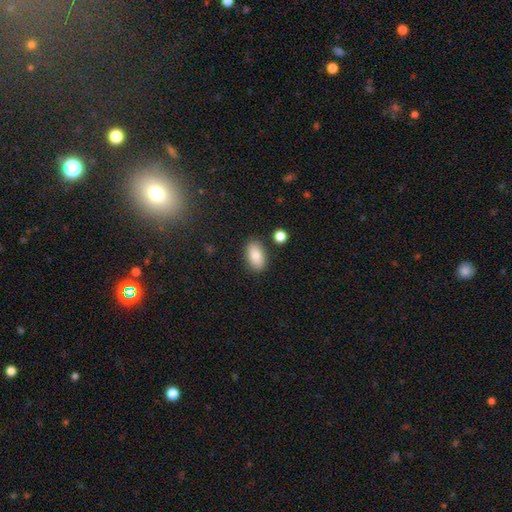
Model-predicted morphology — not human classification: Overall: smooth (83%). How rounded: in between (92%). Merging: none (85%).